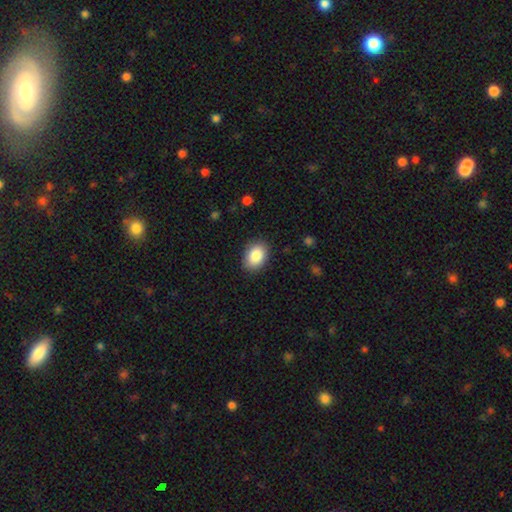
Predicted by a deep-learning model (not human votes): This appears to be a smooth galaxy with no disk features (87%) that is in between round and cigar-shaped (81%). Merging: none (87%).